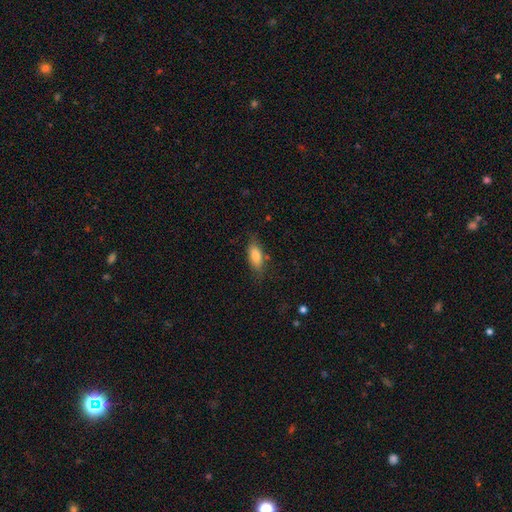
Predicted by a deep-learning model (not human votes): Morphology: type=smooth (78%); roundness=in between (77%); merging=none (75%).